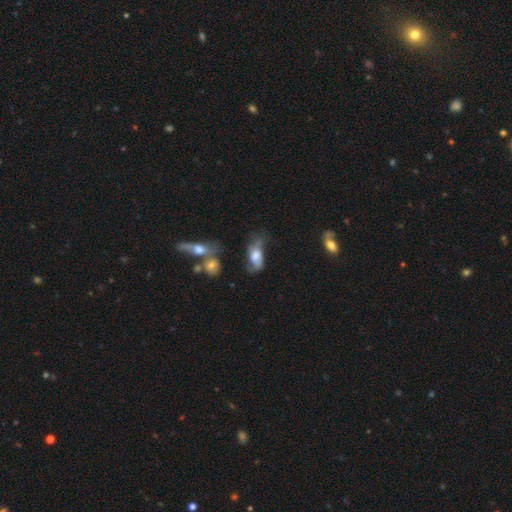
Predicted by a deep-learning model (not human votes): This appears to be a smooth galaxy with no disk features (49%). Merging: none (33%).